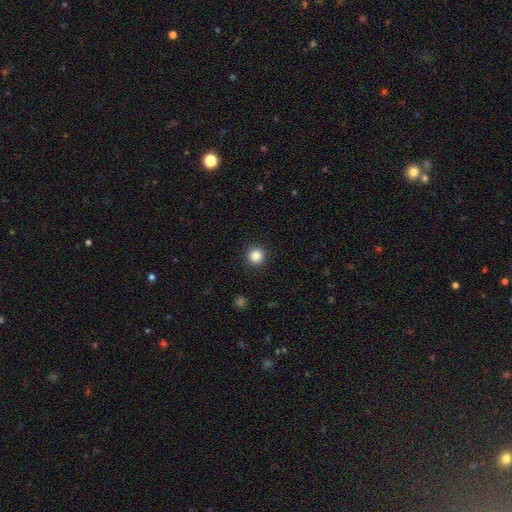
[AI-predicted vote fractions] The model was most divided on "smooth or featured": smooth: 86%, star or artifact: 11%, featured or disk: 3%. More confident: how rounded — round (95%); merging — none (92%).